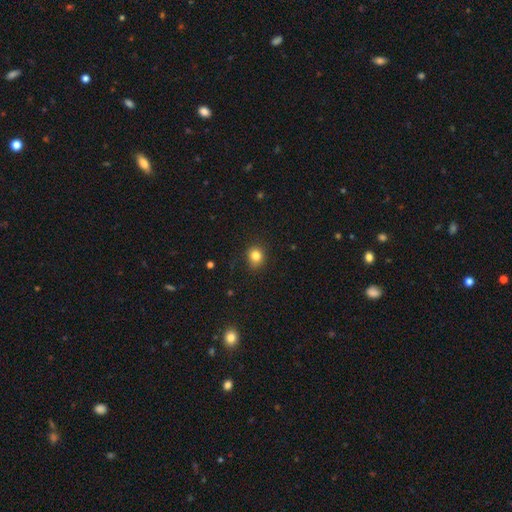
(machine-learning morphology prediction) Overall: smooth (82%). How rounded: round (74%). Merging: none (84%).